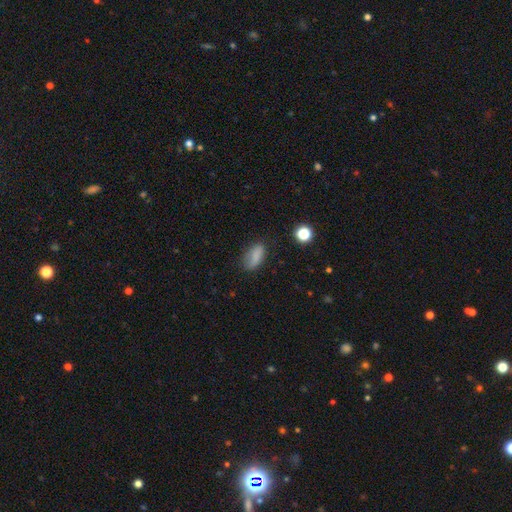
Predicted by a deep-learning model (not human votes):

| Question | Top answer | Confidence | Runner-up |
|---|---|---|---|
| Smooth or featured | smooth | 80% | star or artifact (11%) |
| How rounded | in between | 85% | cigar-shaped (9%) |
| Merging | none | 69% | minor disturbance (22%) |